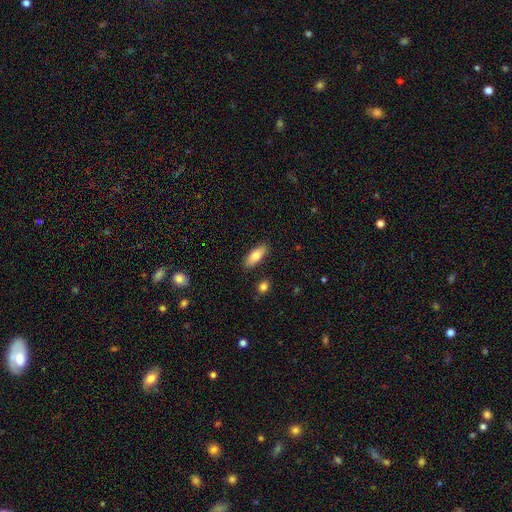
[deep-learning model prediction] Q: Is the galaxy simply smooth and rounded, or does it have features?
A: smooth — 80%.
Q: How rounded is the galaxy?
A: in between — 73%.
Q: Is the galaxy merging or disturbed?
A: none — 86%.